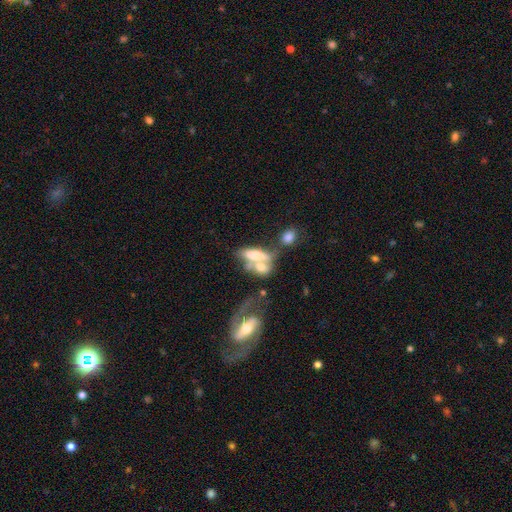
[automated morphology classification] The model was most divided on "smooth or featured": smooth: 56%, featured or disk: 35%, star or artifact: 9%. More confident: how rounded — in between (66%); merging — merger (61%).